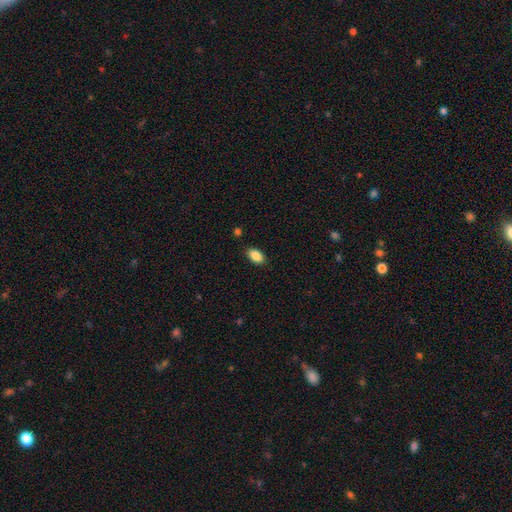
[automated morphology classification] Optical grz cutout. It shows a smooth galaxy with no disk features (88%) that is in between round and cigar-shaped (91%). Merging: none (86%).